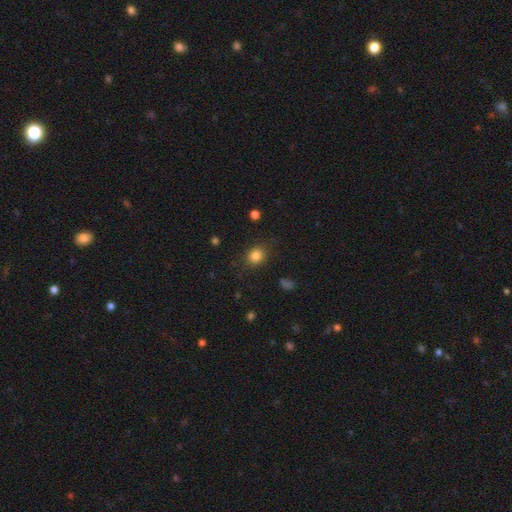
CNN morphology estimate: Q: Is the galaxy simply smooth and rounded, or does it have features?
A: smooth — 83%.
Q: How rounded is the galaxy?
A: round — 67%.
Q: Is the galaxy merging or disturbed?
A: none — 84%.